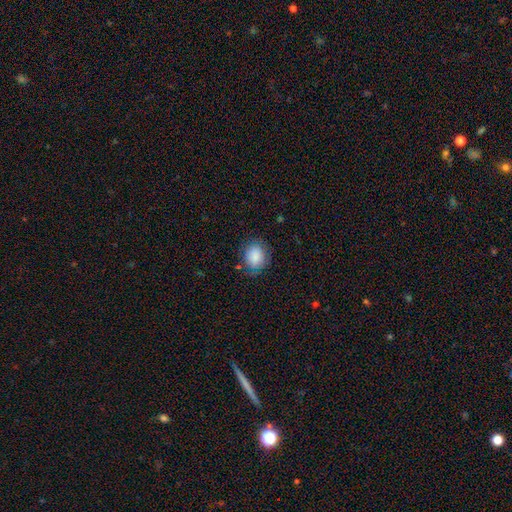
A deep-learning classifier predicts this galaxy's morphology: This appears to be a smooth galaxy with no disk features (84%) that is round (58%). Merging: none (74%).